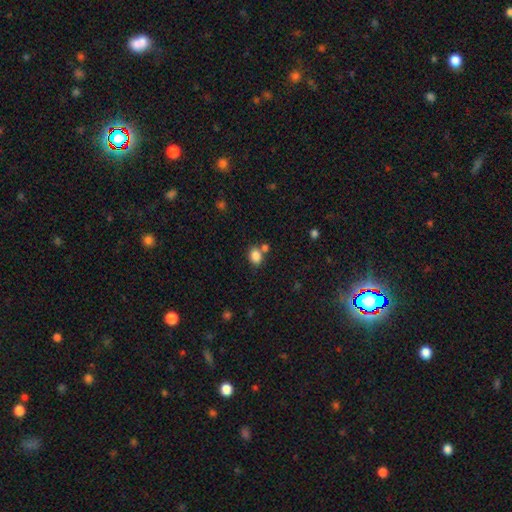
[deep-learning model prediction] Smooth or featured: smooth — 85% (star or artifact — 10%)
How rounded: in between — 62% (round — 37%)
Merging: none — 62% (merger — 22%)